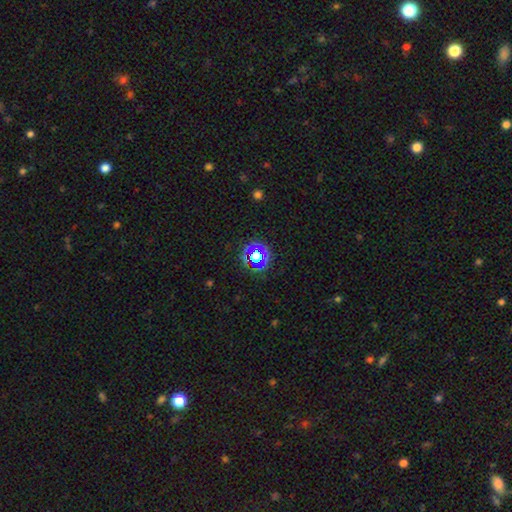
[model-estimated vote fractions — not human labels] star or artifact 63%, smooth 26%, featured or disk 11%.